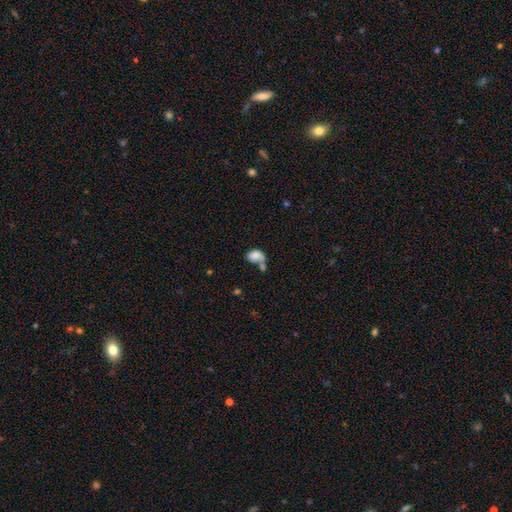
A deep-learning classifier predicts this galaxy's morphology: A smooth galaxy with no disk features (75%) that is in between round and cigar-shaped (84%). Merging: merger (44%).